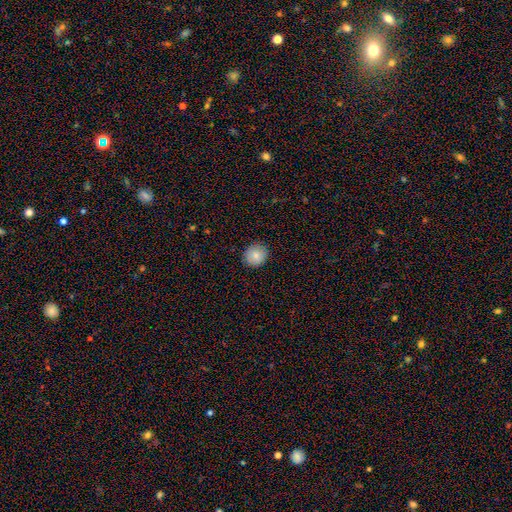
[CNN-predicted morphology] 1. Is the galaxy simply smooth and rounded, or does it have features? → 84% smooth, 8% star or artifact, 8% featured or disk.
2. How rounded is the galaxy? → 82% round, 17% in between, 1% cigar-shaped.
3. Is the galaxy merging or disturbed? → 88% none, 9% minor disturbance, 2% major disturbance, 1% merger.